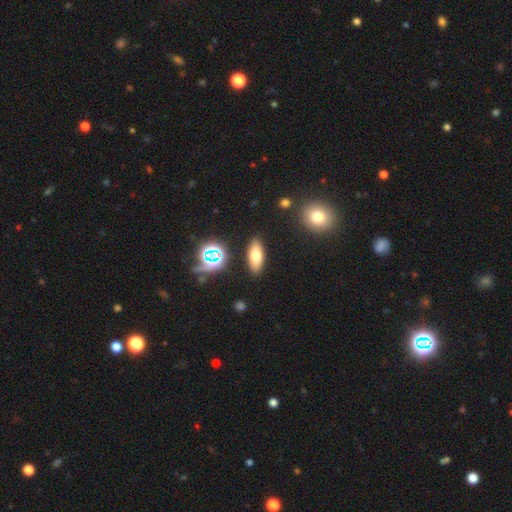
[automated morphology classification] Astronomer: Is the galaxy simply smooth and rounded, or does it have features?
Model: smooth — 69%.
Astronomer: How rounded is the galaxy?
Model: in between — 74%.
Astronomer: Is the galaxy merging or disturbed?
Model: none — 87%.